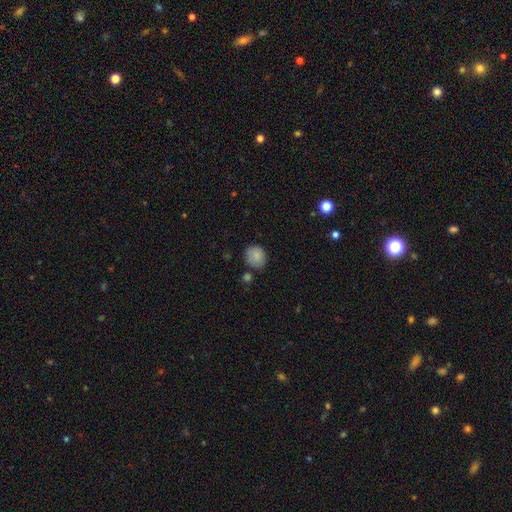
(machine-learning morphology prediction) smooth_or_featured: smooth (p=0.86) [alt: star or artifact p=0.08]
how_rounded: round (p=0.76) [alt: in between p=0.23]
merging: none (p=0.71) [alt: minor disturbance p=0.18]